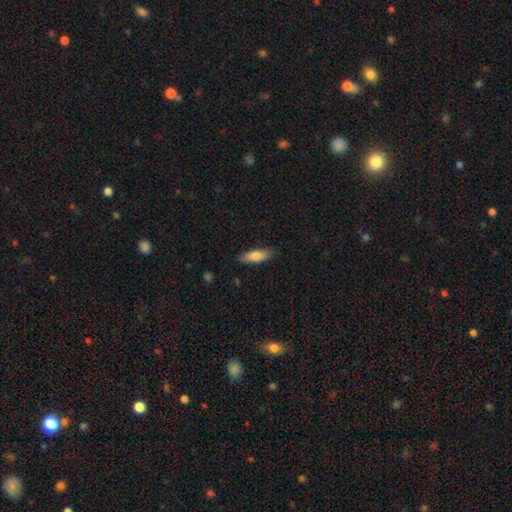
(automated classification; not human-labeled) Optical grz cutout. It shows a smooth galaxy with no disk features (78%) that is in between round and cigar-shaped (51%). Merging: none (85%).